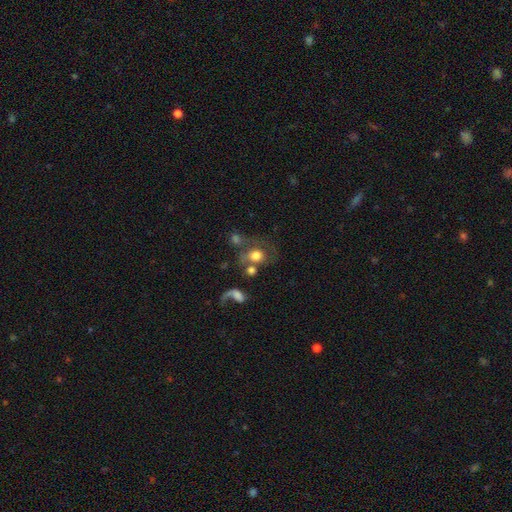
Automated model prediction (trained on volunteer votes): smooth-or-featured: smooth: 60% | featured or disk: 29% | star or artifact: 11%
  how-rounded: round: 65% | in between: 34% | cigar-shaped: 1%
  merging: none: 35% | merger: 28% | major disturbance: 23% | minor disturbance: 14%